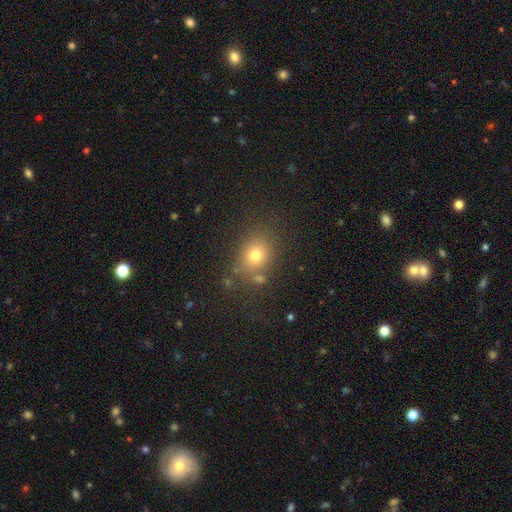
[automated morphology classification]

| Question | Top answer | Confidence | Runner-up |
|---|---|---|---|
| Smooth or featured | smooth | 73% | star or artifact (17%) |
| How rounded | round | 56% | in between (43%) |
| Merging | none | 75% | minor disturbance (12%) |